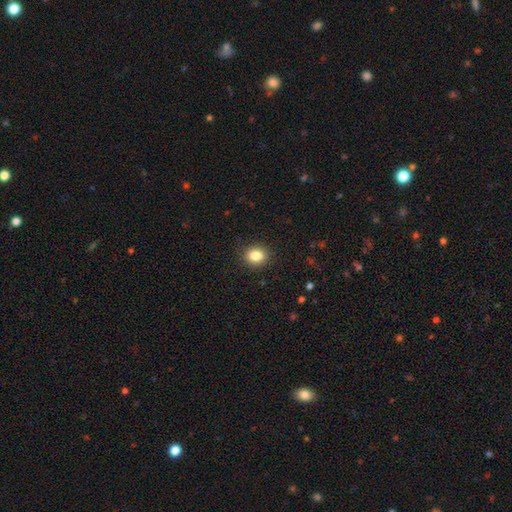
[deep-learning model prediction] This is clearly a smooth galaxy (84%). How rounded: likely round (64%). Merging: clearly none (89%).